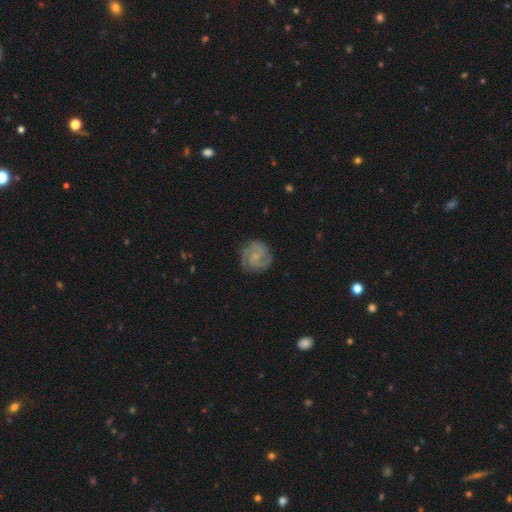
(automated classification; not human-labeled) featured or disk 81%, smooth 14%, star or artifact 6%. Down the decision tree: edge-on disk — no (98%); bar — no (66%); spiral arms — yes (97%); spiral arm count — 2 (47%); spiral winding — tight (59%); bulge size — small (68%); merging — none (81%).